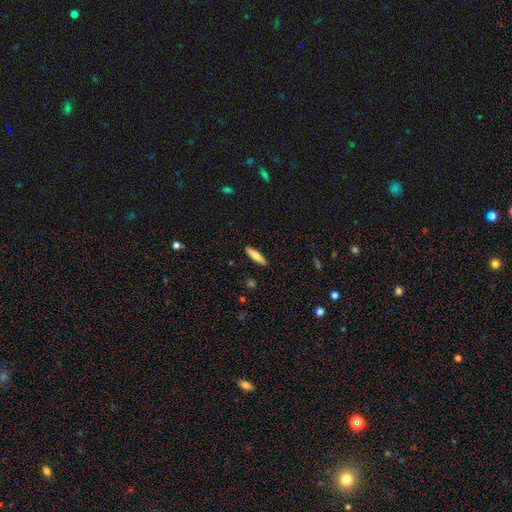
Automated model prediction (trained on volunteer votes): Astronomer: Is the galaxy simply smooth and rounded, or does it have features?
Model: smooth — 68%.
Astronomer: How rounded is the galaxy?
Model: cigar-shaped — 73%.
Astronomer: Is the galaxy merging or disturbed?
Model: none — 89%.